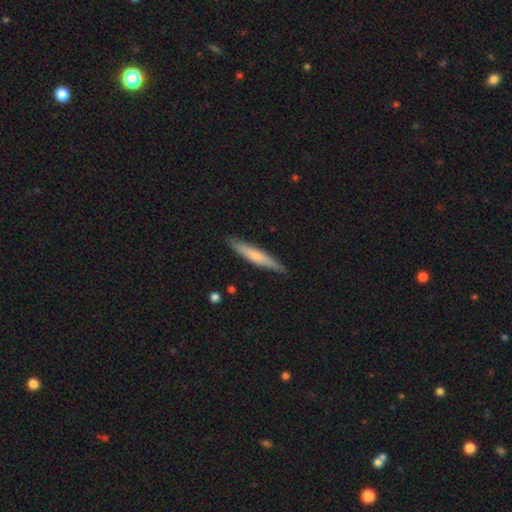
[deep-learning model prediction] A smooth galaxy with no disk features (59%) that is cigar-shaped (92%).

Vote fractions:
- Smooth or featured? smooth: 59% / featured or disk: 35% / star or artifact: 5%
- How rounded? cigar-shaped: 92% / in between: 7% / round: 1%
- Merging? none: 88% / minor disturbance: 10% / major disturbance: 2% / merger: 1%